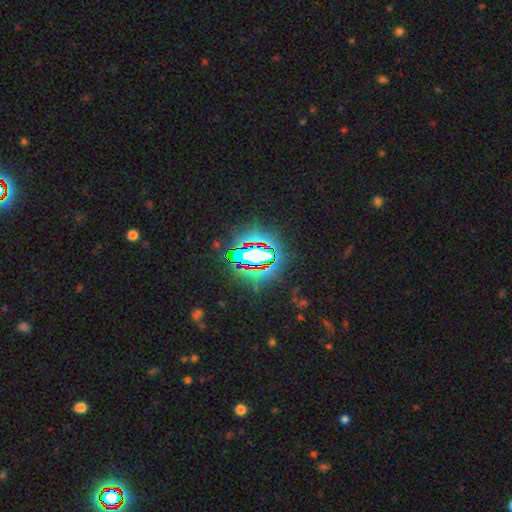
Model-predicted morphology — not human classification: Smooth or featured?
  - star or artifact: 73% *
  - smooth: 15%
  - featured or disk: 12%